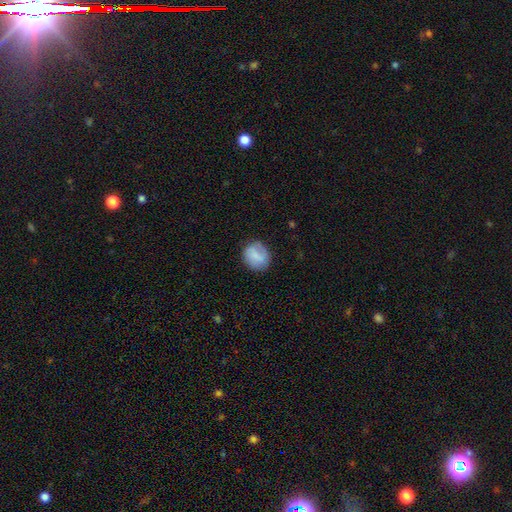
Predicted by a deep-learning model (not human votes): Smooth or featured? smooth (74%)
How rounded? round (77%)
Merging? none (77%)